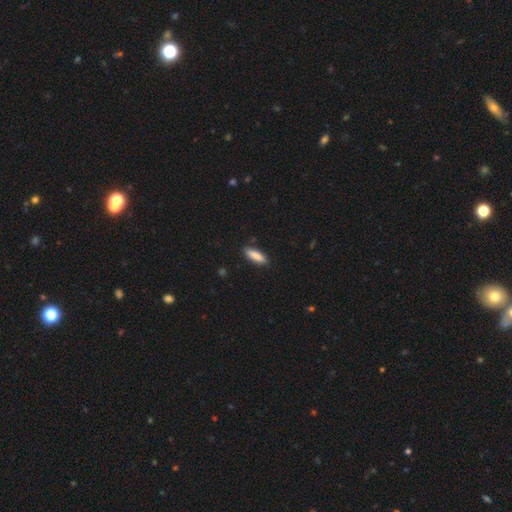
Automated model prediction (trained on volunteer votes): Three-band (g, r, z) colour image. It shows a smooth galaxy with no disk features (86%) that is cigar-shaped (55%). Merging: none (88%).